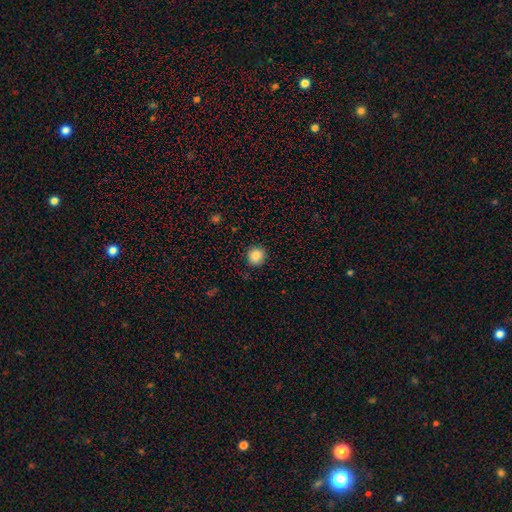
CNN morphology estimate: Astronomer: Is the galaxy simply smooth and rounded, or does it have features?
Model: smooth — 87%.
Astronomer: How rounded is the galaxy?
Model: round — 90%.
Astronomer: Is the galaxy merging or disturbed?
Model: none — 89%.